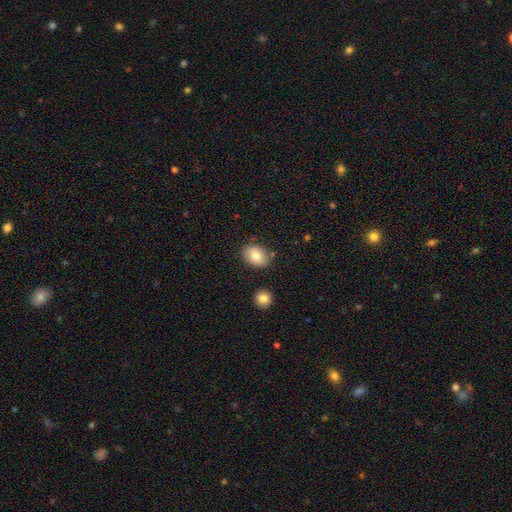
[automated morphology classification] Q: Smooth or featured?
A: smooth (79%); runner-up: featured or disk (13%)
Q: How rounded?
A: in between (72%); runner-up: round (27%)
Q: Merging?
A: none (80%); runner-up: minor disturbance (12%)